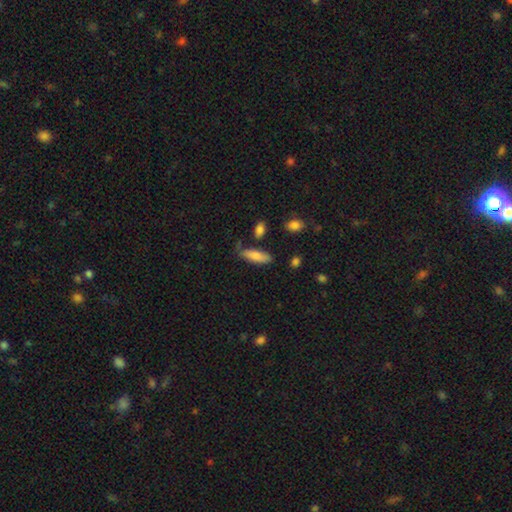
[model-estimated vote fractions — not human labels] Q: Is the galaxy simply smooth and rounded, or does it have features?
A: smooth — 81%.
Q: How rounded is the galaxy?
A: in between — 56%.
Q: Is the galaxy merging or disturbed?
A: none — 68%.